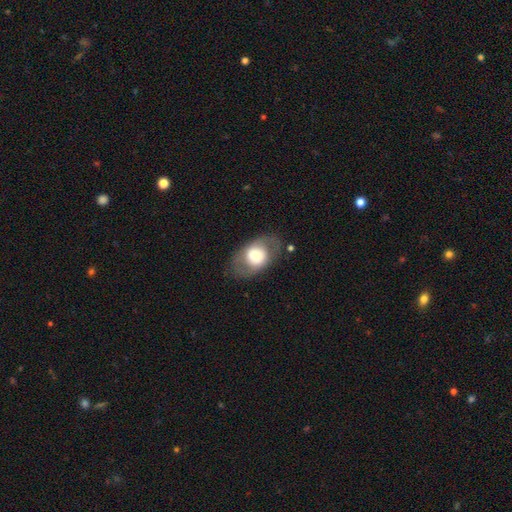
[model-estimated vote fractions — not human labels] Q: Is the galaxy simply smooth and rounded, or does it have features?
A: smooth — 55%.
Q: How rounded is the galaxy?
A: in between — 71%.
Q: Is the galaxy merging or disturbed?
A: none — 75%.